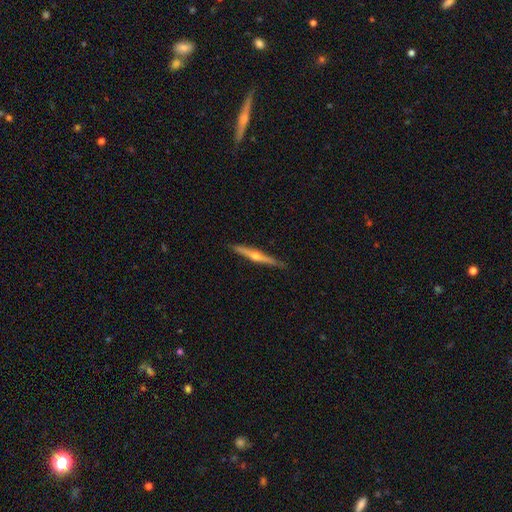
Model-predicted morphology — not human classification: Smooth or featured?
  - featured or disk: 77% *
  - smooth: 18%
  - star or artifact: 5%
Edge-on disk?
  - yes: 98% *
  - no: 2%
Edge-on bulge?
  - rounded: 93% *
  - none: 4%
  - boxy: 2%
Merging?
  - none: 89% *
  - minor disturbance: 8%
  - major disturbance: 1%
  - merger: 1%